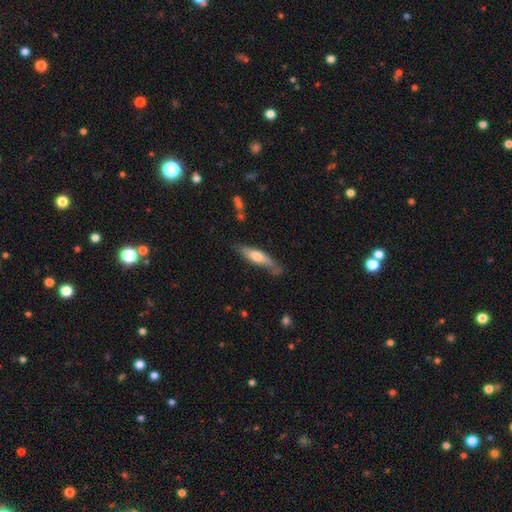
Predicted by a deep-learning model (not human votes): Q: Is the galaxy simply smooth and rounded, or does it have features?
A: smooth — 60%.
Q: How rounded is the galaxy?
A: cigar-shaped — 71%.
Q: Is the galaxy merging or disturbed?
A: none — 66%.